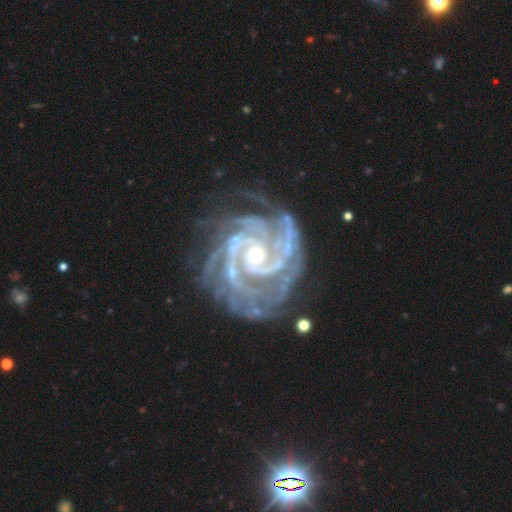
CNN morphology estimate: A featured or disk galaxy (93%) with no bar (70%), 3 (25%) tight (73%) spiral arms (99%) and a small central bulge (54%). Merging: none (67%).